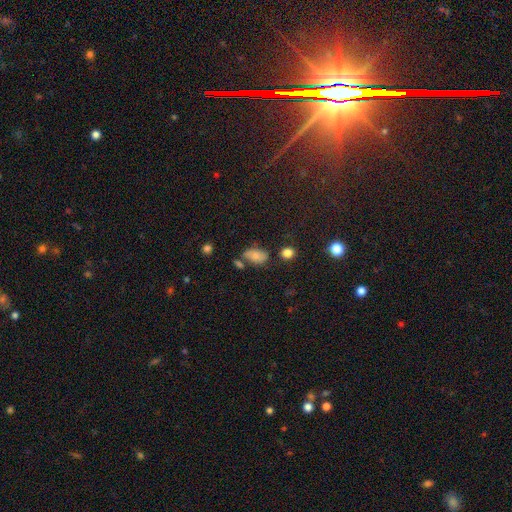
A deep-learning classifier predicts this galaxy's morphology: Smooth or featured? smooth (74%)
How rounded? in between (90%)
Merging? none (49%)